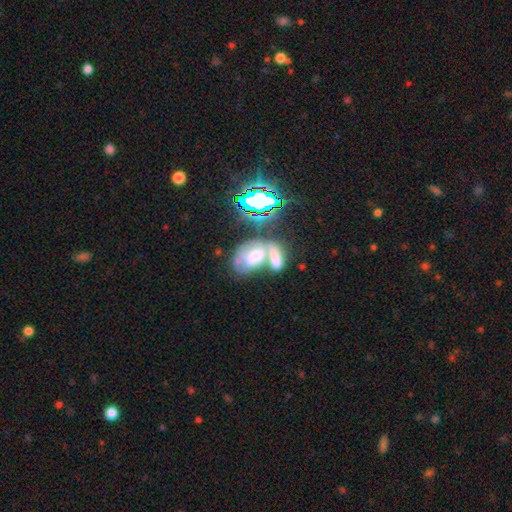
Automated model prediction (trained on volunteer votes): A featured or disk galaxy (40%).

Vote fractions:
- Smooth or featured? featured or disk: 40% / smooth: 36% / star or artifact: 24%
- Merging? merger: 57% / none: 22% / minor disturbance: 11% / major disturbance: 10%